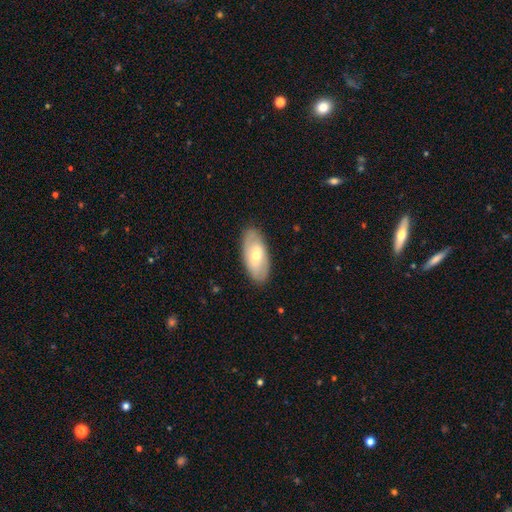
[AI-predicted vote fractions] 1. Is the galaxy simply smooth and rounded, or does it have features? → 53% smooth, 41% featured or disk, 6% star or artifact.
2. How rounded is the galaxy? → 90% in between, 7% cigar-shaped, 3% round.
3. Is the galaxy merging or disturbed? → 86% none, 11% minor disturbance, 3% major disturbance, 1% merger.